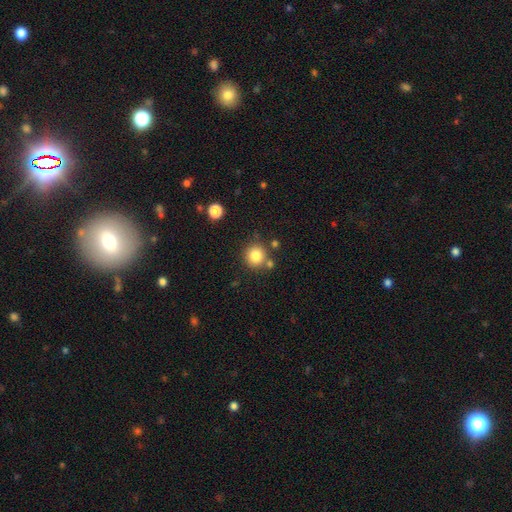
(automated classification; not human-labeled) A smooth galaxy with no disk features (82%) that is round (92%). Merging: none (77%).